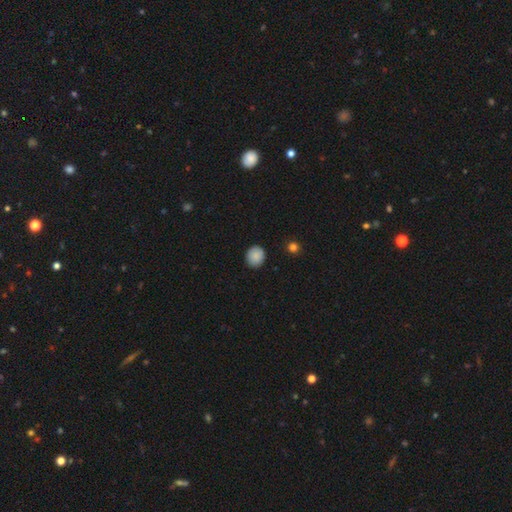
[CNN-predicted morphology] smooth 88%, star or artifact 8%, featured or disk 4%. Down the decision tree: how rounded — round (79%); merging — none (89%).